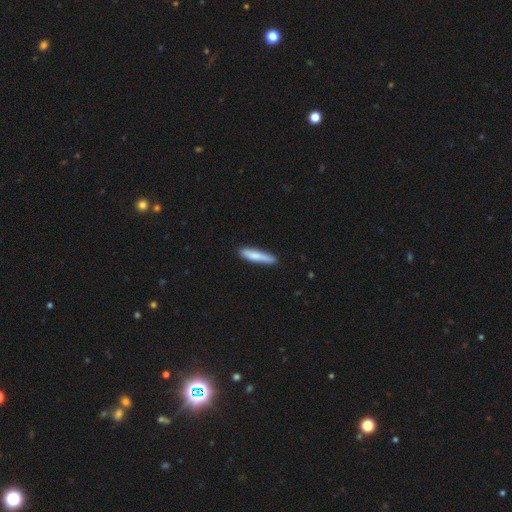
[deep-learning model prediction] A smooth galaxy with no disk features (77%) that is cigar-shaped (87%). Merging: none (83%).